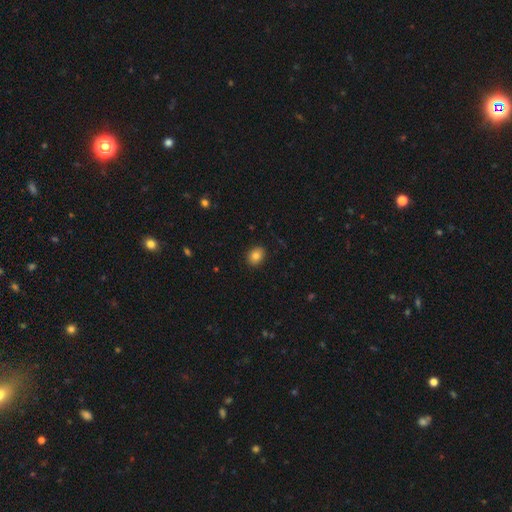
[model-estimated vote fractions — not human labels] A smooth galaxy with no disk features (83%) that is in between round and cigar-shaped (58%). Merging: none (89%).